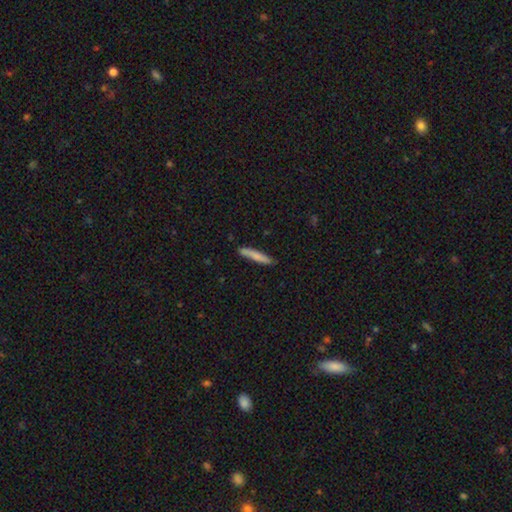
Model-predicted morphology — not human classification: Overall: smooth (76%). How rounded: cigar-shaped (93%). Merging: none (81%).